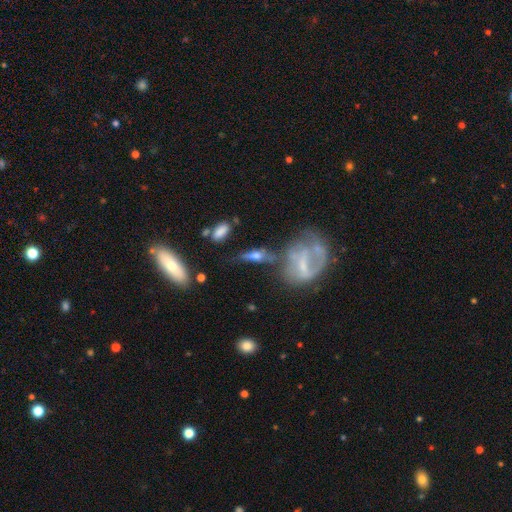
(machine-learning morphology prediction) Q: Smooth or featured?
A: featured or disk (48%); runner-up: smooth (40%)
Q: Merging?
A: none (41%); runner-up: merger (22%)